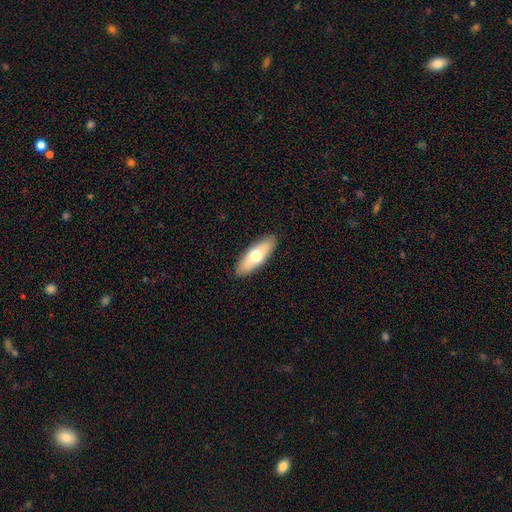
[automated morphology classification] A smooth galaxy with no disk features (64%) that is in between round and cigar-shaped (61%).

Vote fractions:
- Smooth or featured? smooth: 64% / featured or disk: 30% / star or artifact: 6%
- How rounded? in between: 61% / cigar-shaped: 36% / round: 2%
- Merging? none: 89% / minor disturbance: 8% / major disturbance: 2% / merger: 1%